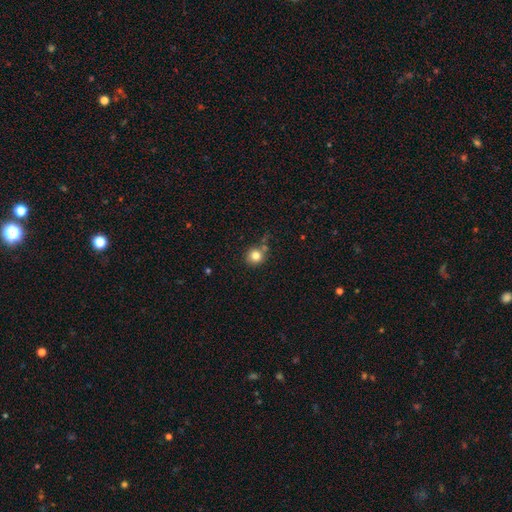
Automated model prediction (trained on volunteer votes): Smooth or featured: smooth — 81% (star or artifact — 11%)
How rounded: round — 89% (in between — 10%)
Merging: none — 69% (minor disturbance — 14%)